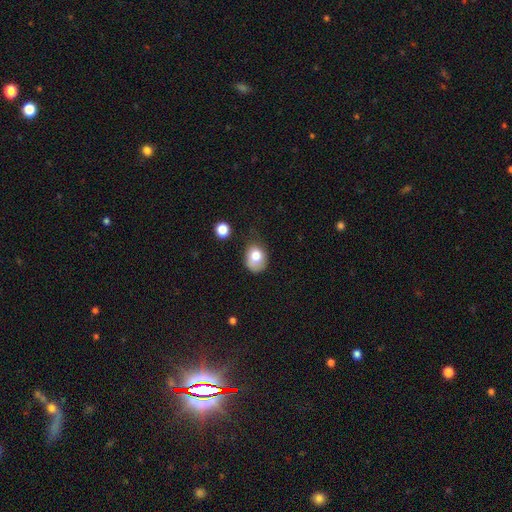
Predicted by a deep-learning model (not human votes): smooth 77%, featured or disk 13%, star or artifact 9%. Down the decision tree: how rounded — in between (51%); merging — none (45%).